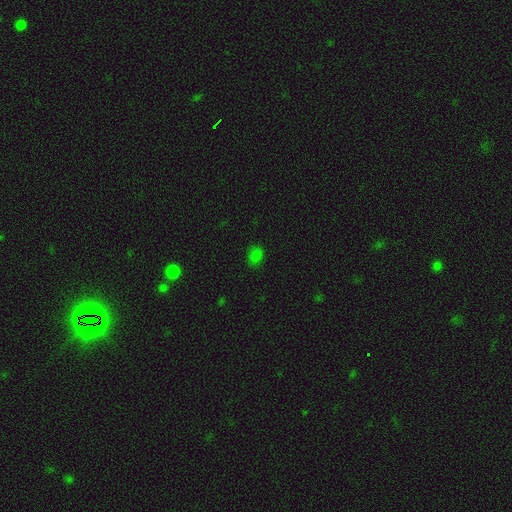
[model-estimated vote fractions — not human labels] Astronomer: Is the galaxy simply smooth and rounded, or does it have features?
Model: smooth — 76%.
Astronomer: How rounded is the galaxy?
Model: in between — 60% (runner-up: round, 39%).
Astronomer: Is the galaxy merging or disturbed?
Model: none — 82%.